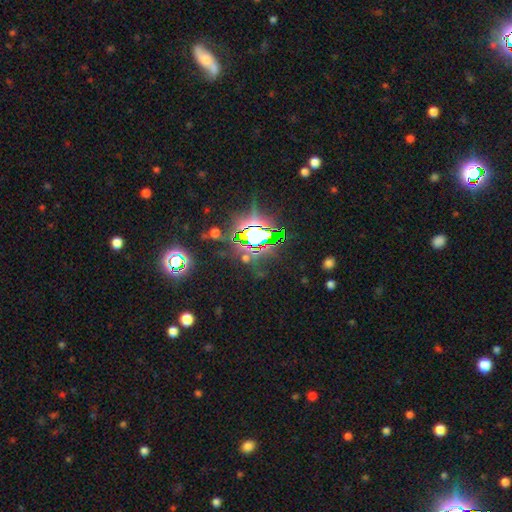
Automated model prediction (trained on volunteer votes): This appears to be a star or artifact, not a galaxy (84%).